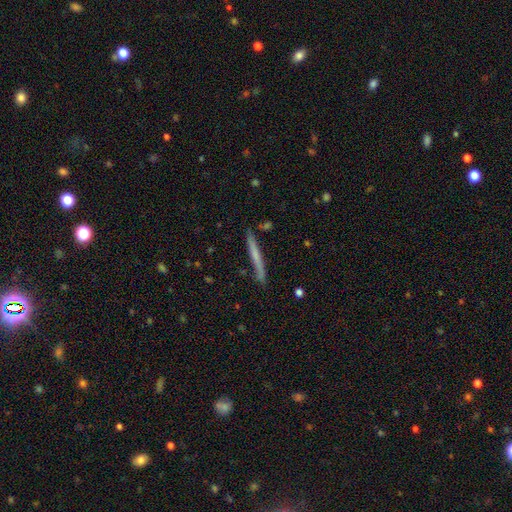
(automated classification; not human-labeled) The model was most divided on "smooth or featured": smooth: 53%, featured or disk: 41%, star or artifact: 6%. More confident: how rounded — cigar-shaped (97%); merging — none (86%).